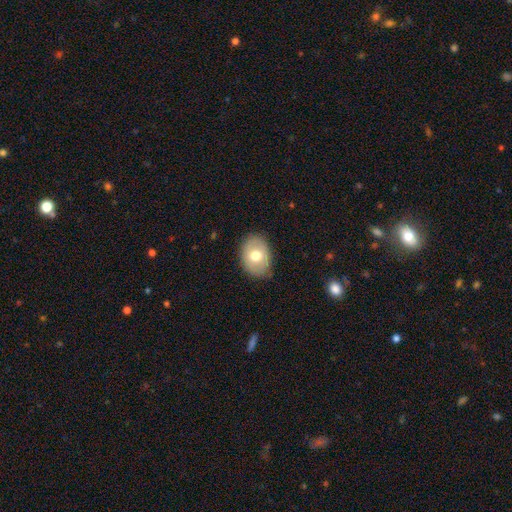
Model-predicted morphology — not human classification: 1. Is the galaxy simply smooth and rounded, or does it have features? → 66% smooth, 27% featured or disk, 7% star or artifact.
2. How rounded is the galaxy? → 74% in between, 25% round, 1% cigar-shaped.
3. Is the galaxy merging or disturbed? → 84% none, 12% minor disturbance, 3% major disturbance, 1% merger.